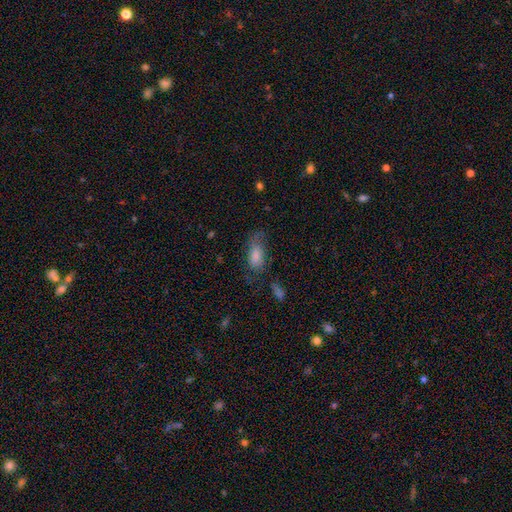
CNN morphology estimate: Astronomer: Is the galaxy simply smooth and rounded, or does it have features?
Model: smooth — 61%.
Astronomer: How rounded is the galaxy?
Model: in between — 83%.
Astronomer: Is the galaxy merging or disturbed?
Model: none — 52%.